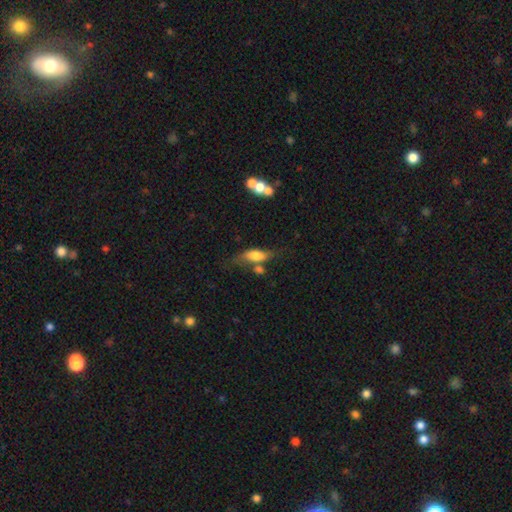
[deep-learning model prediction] smooth_or_featured: smooth (p=0.63) [alt: featured or disk p=0.29]
how_rounded: in between (p=0.70) [alt: cigar-shaped p=0.26]
merging: none (p=0.46) [alt: minor disturbance p=0.23]